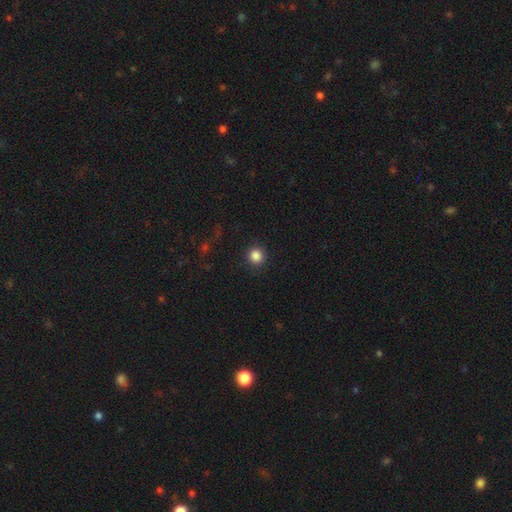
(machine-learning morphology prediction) A smooth galaxy with no disk features (86%) that is round (94%). Merging: none (91%).